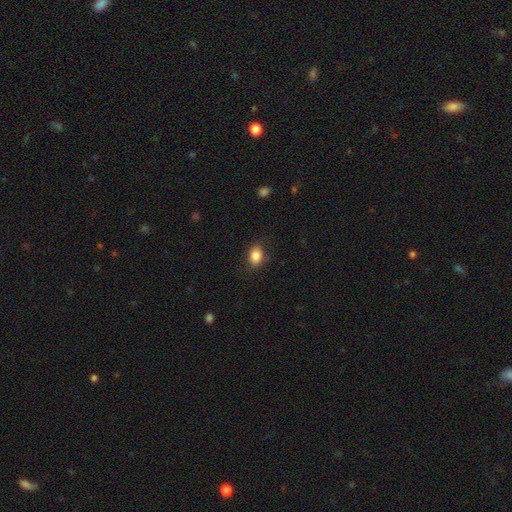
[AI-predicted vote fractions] A smooth galaxy with no disk features (86%) that is in between round and cigar-shaped (73%).

Vote fractions:
- Smooth or featured? smooth: 86% / star or artifact: 8% / featured or disk: 6%
- How rounded? in between: 73% / round: 26% / cigar-shaped: 1%
- Merging? none: 82% / minor disturbance: 14% / major disturbance: 4% / merger: 1%